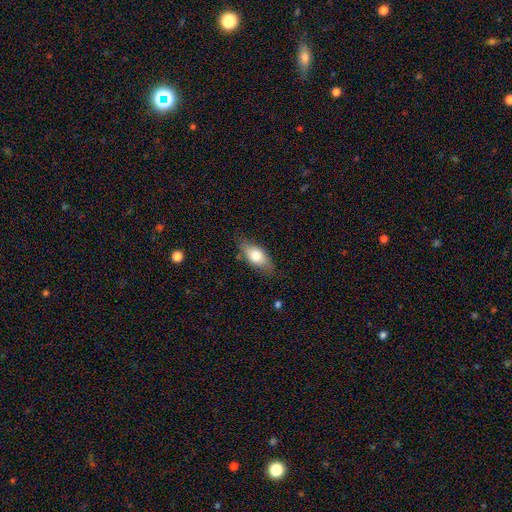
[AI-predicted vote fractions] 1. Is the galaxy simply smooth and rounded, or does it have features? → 72% smooth, 22% featured or disk, 7% star or artifact.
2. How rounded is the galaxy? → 85% in between, 11% cigar-shaped, 4% round.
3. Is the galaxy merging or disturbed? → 75% none, 20% minor disturbance, 4% major disturbance, 1% merger.